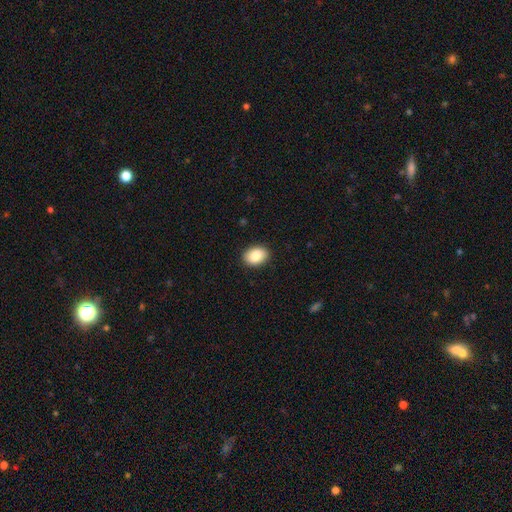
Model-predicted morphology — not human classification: Q: Smooth or featured?
A: smooth (87%); runner-up: star or artifact (7%)
Q: How rounded?
A: in between (77%); runner-up: round (22%)
Q: Merging?
A: none (90%); runner-up: minor disturbance (7%)